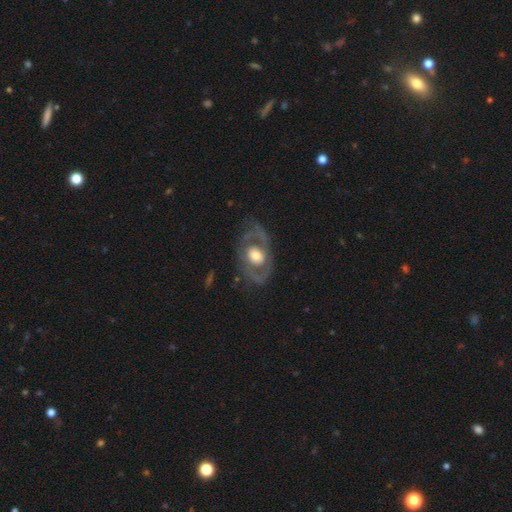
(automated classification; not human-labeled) Smooth or featured?
  - featured or disk: 73% *
  - smooth: 22%
  - star or artifact: 5%
Edge-on disk?
  - no: 95% *
  - yes: 5%
Bar?
  - no: 74% *
  - weak: 19%
  - strong: 6%
Spiral arms?
  - yes: 55% *
  - no: 45%
Bulge size?
  - moderate: 54% *
  - large: 35%
  - small: 8%
  - dominant: 3%
  - none: 1%
Merging?
  - none: 68% *
  - minor disturbance: 17%
  - major disturbance: 14%
  - merger: 2%